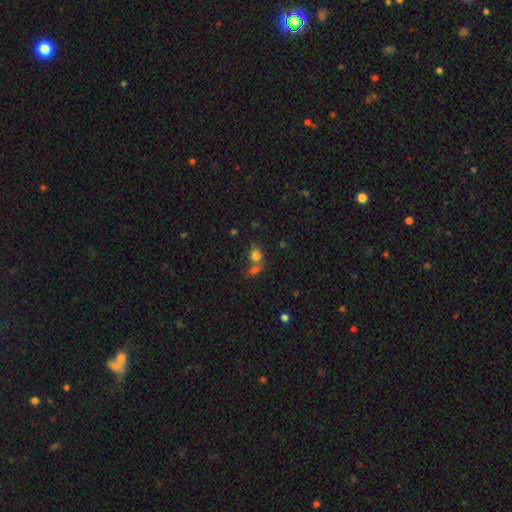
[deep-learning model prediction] smooth-or-featured: smooth: 77% | star or artifact: 13% | featured or disk: 9%
  how-rounded: round: 63% | in between: 36% | cigar-shaped: 2%
  merging: merger: 42% | none: 41% | minor disturbance: 10% | major disturbance: 6%